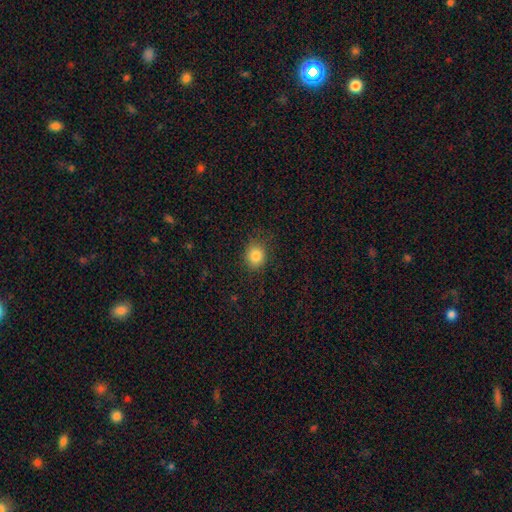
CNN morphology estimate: This is clearly a smooth galaxy (84%). How rounded: likely round (73%). Merging: clearly none (84%).